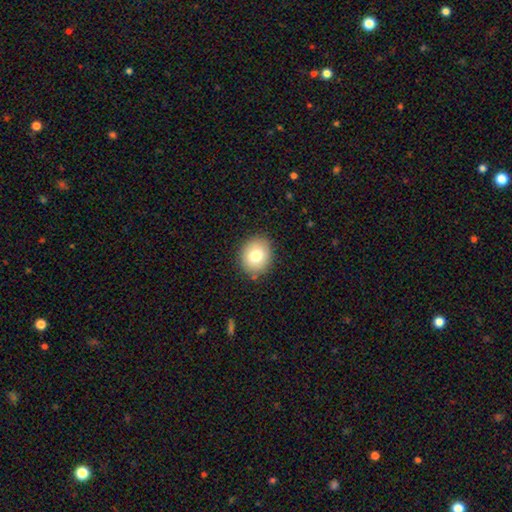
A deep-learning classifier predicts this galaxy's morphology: This is likely a smooth galaxy (78%). How rounded: likely round (63%). Merging: clearly none (87%).